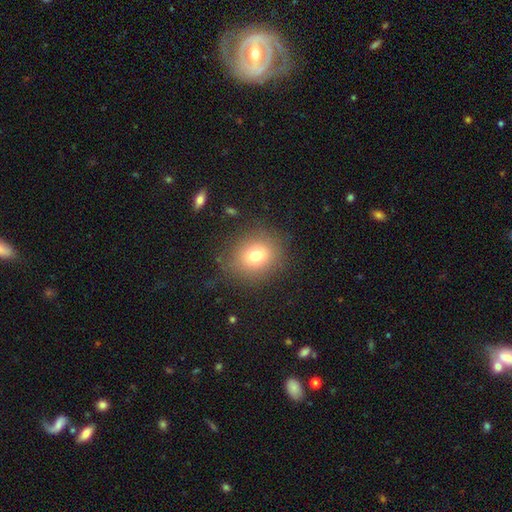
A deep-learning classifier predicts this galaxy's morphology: type=smooth (74%); roundness=round (77%); merging=none (83%).